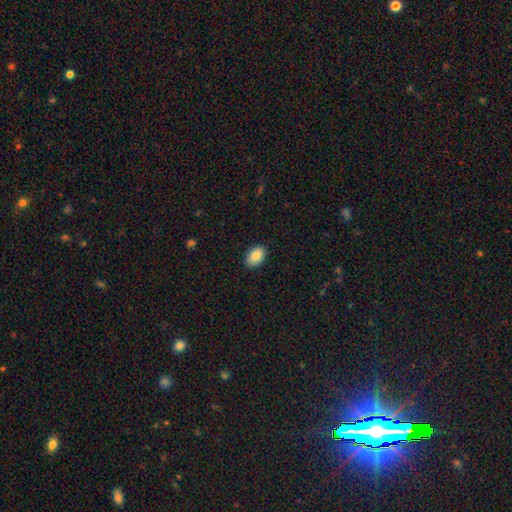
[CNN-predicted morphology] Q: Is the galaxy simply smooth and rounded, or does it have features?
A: smooth — 86%.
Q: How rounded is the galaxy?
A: in between — 87%.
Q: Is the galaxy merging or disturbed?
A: none — 89%.